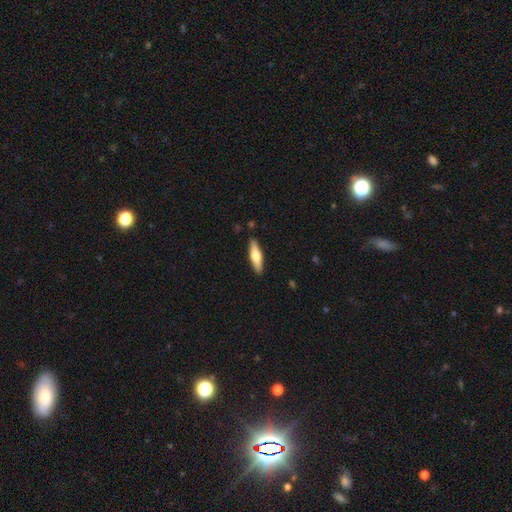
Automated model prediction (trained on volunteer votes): This is possibly a smooth galaxy (53%). How rounded: likely cigar-shaped (65%). Merging: clearly none (88%).